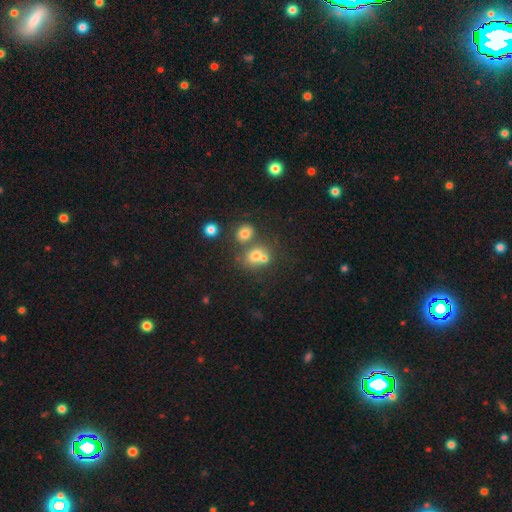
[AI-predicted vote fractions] Morphology: type=smooth (68%); roundness=round (71%); merging=merger (44%).